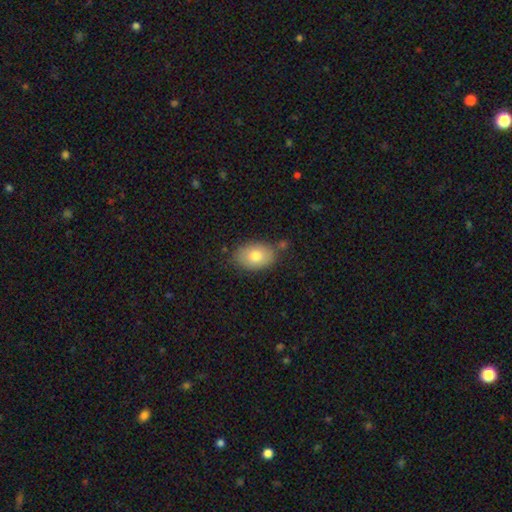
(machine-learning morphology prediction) smooth 77%, featured or disk 15%, star or artifact 8%. Down the decision tree: how rounded — in between (81%); merging — none (76%).